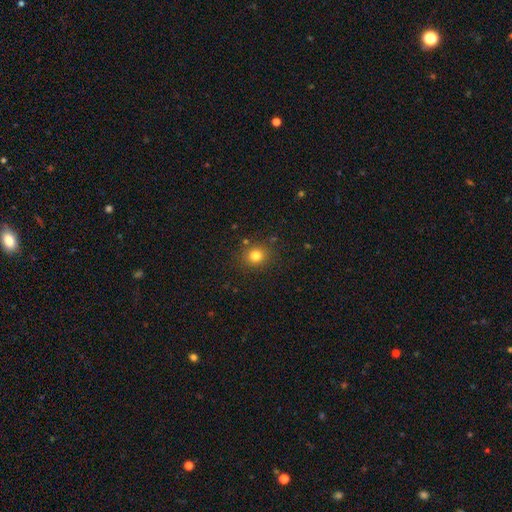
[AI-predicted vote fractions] Smooth or featured: smooth — 80% (star or artifact — 14%)
How rounded: round — 85% (in between — 14%)
Merging: none — 86% (minor disturbance — 8%)